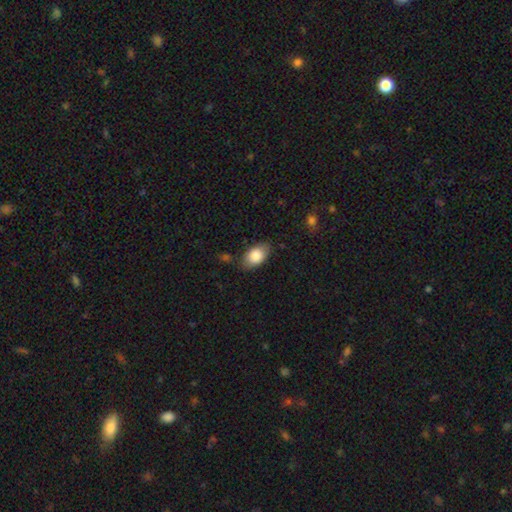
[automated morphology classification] A smooth galaxy with no disk features (83%) that is in between round and cigar-shaped (92%). Merging: none (79%).